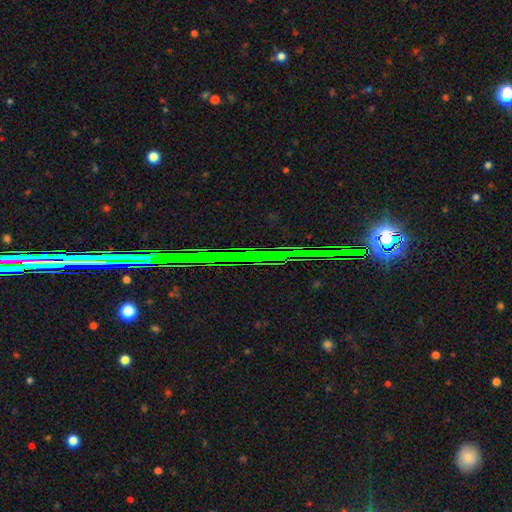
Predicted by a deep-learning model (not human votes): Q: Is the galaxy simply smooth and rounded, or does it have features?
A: star or artifact — 79%.